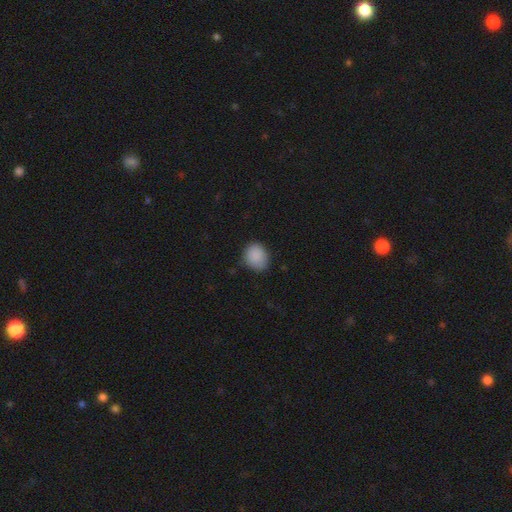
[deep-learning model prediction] Q: Smooth or featured?
A: smooth (88%); runner-up: star or artifact (8%)
Q: How rounded?
A: round (66%); runner-up: in between (33%)
Q: Merging?
A: none (78%); runner-up: minor disturbance (18%)